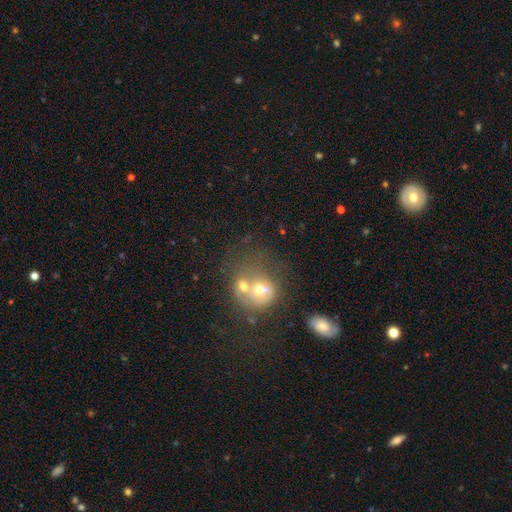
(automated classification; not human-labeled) This is possibly a smooth galaxy (50%). How rounded: likely round (73%). Merging: possibly merger (57%).